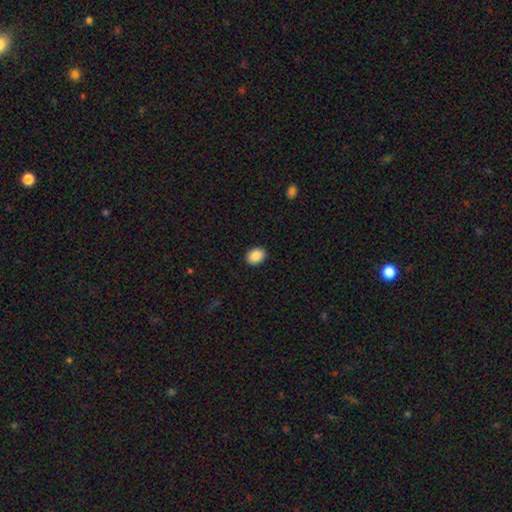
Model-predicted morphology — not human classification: smooth-or-featured: smooth: 89% | star or artifact: 8% | featured or disk: 3%
  how-rounded: in between: 67% | round: 32% | cigar-shaped: 1%
  merging: none: 90% | minor disturbance: 7% | major disturbance: 2% | merger: 1%